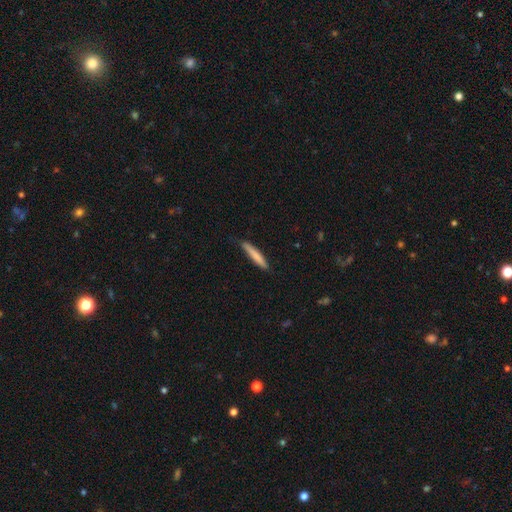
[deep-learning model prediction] smooth_or_featured: smooth (p=0.78) [alt: featured or disk p=0.17]
how_rounded: cigar-shaped (p=0.93) [alt: in between p=0.06]
merging: none (p=0.80) [alt: minor disturbance p=0.17]